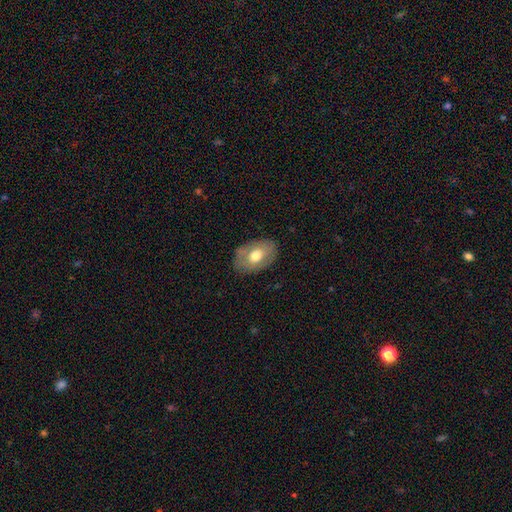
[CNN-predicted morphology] smooth 62%, featured or disk 31%, star or artifact 7%. Down the decision tree: how rounded — in between (87%); merging — none (81%).